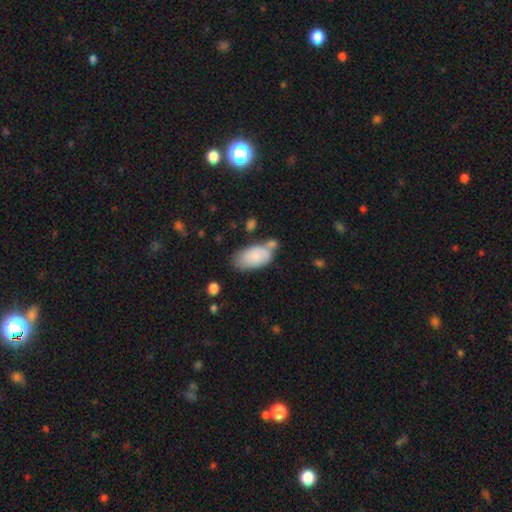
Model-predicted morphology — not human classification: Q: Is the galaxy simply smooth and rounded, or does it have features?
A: smooth — 83%.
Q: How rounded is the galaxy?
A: in between — 94%.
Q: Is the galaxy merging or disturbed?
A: none — 49%.